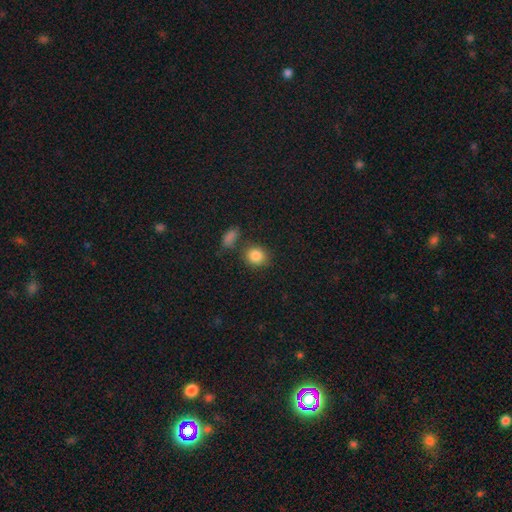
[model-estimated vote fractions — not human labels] Smooth or featured?
  - smooth: 86% *
  - star or artifact: 9%
  - featured or disk: 5%
How rounded?
  - round: 72% *
  - in between: 26%
  - cigar-shaped: 1%
Merging?
  - none: 74% *
  - merger: 11%
  - minor disturbance: 11%
  - major disturbance: 4%